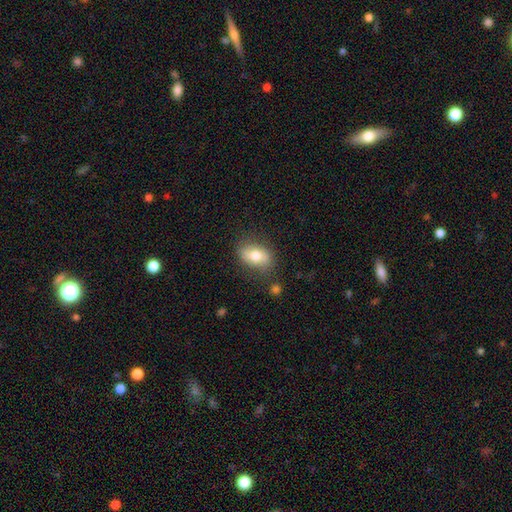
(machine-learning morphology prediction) The model was most divided on "smooth or featured": smooth: 71%, featured or disk: 22%, star or artifact: 7%. More confident: how rounded — in between (85%); merging — none (76%).